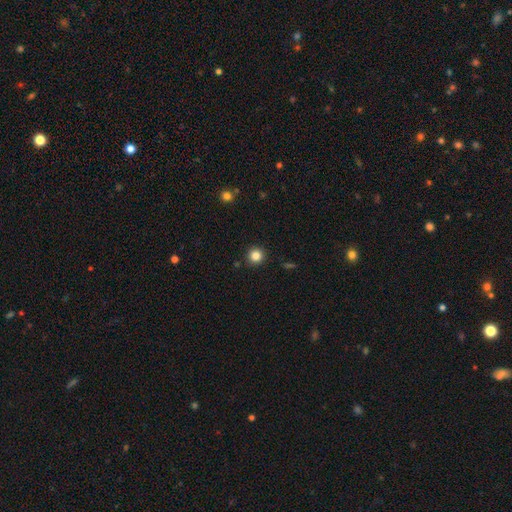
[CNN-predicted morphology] This appears to be a smooth galaxy with no disk features (83%) that is round (95%). Merging: none (91%).